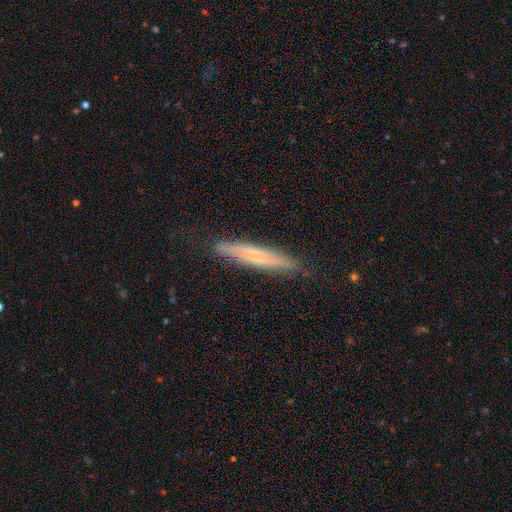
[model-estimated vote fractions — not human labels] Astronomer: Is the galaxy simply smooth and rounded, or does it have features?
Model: featured or disk — 50% (runner-up: smooth, 43%).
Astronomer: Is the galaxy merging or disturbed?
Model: none — 82%.